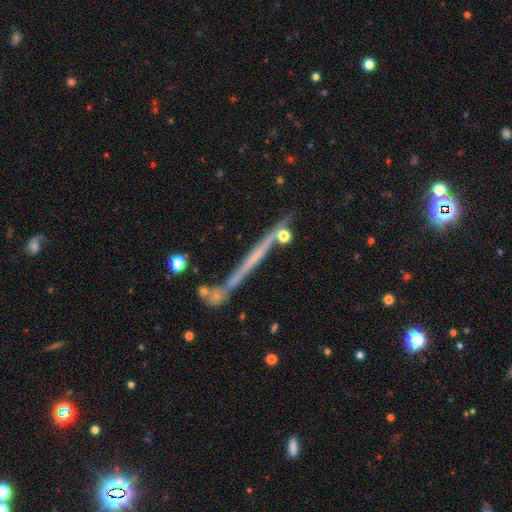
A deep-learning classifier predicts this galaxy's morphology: Smooth or featured? Predicted: featured or disk (p=0.58). Edge-on disk? Predicted: yes (p=0.92). Edge-on bulge? Predicted: none (p=0.87). Merging? Predicted: none (p=0.69).